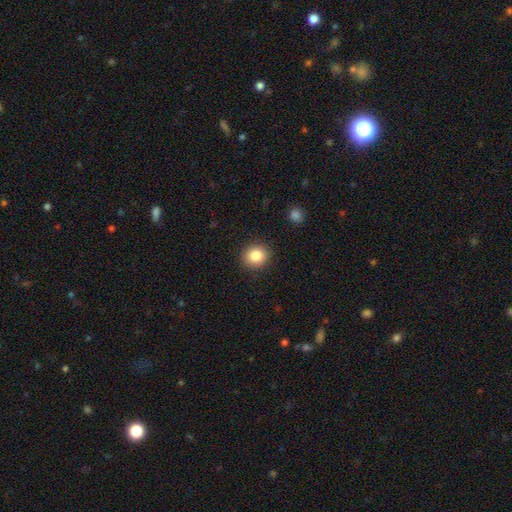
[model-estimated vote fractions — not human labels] smooth 84%, star or artifact 10%, featured or disk 7%. Down the decision tree: how rounded — round (80%); merging — none (90%).